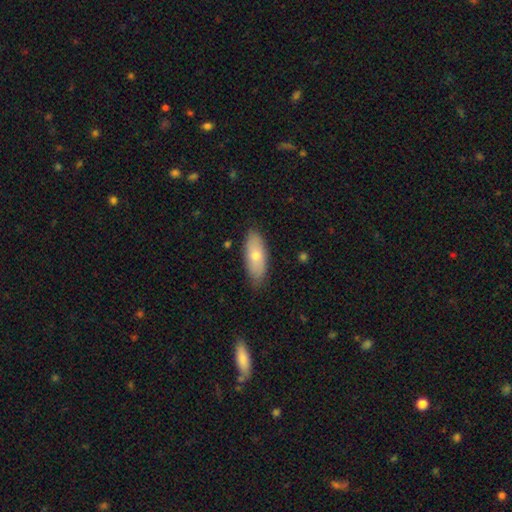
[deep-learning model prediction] Morphology: type=smooth (74%); roundness=in between (77%); merging=none (83%).